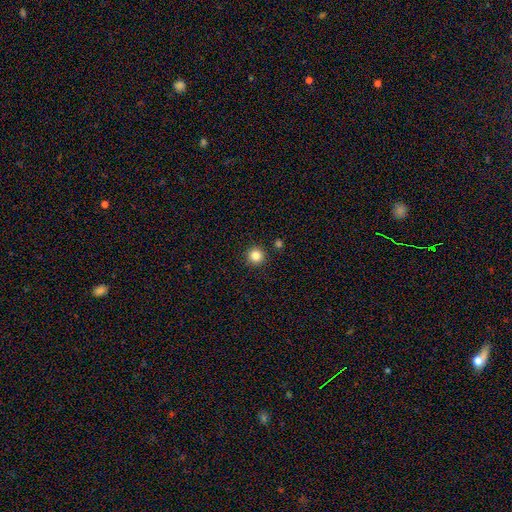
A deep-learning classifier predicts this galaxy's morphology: Overall: smooth (84%). How rounded: round (96%). Merging: none (91%).